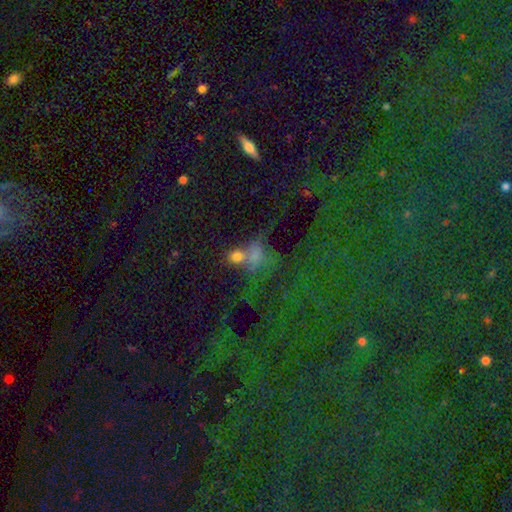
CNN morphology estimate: This appears to be a smooth galaxy with no disk features (57%) that is in between round and cigar-shaped (50%). Merging: merger (43%).